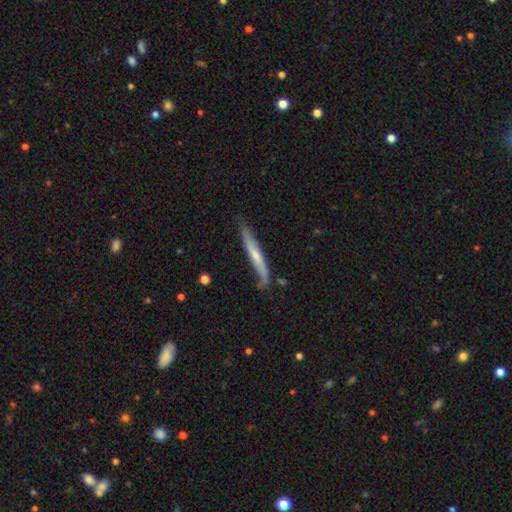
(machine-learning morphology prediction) A featured or disk galaxy (48%). Merging: none (63%).